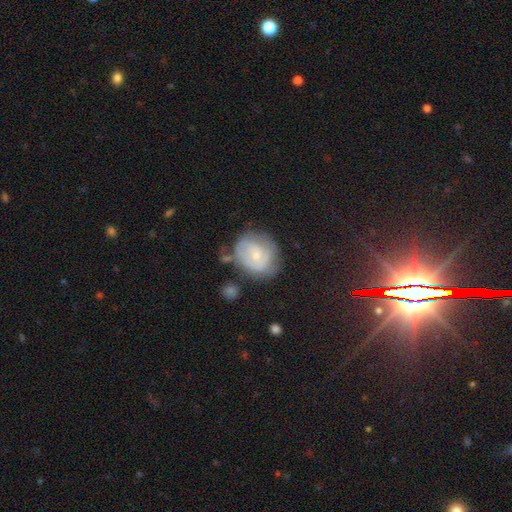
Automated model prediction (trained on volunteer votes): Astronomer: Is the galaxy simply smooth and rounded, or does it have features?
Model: featured or disk — 46%, tied with smooth at 46%.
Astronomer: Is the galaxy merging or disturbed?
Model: none — 55%.